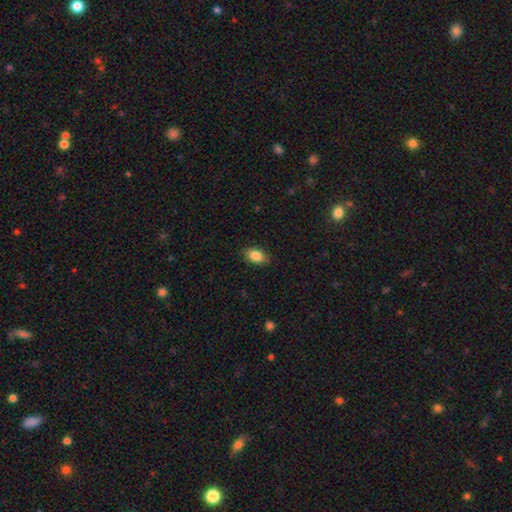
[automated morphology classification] smooth-or-featured: smooth: 86% | star or artifact: 8% | featured or disk: 6%
  how-rounded: in between: 87% | round: 10% | cigar-shaped: 2%
  merging: none: 85% | minor disturbance: 12% | major disturbance: 3% | merger: 1%